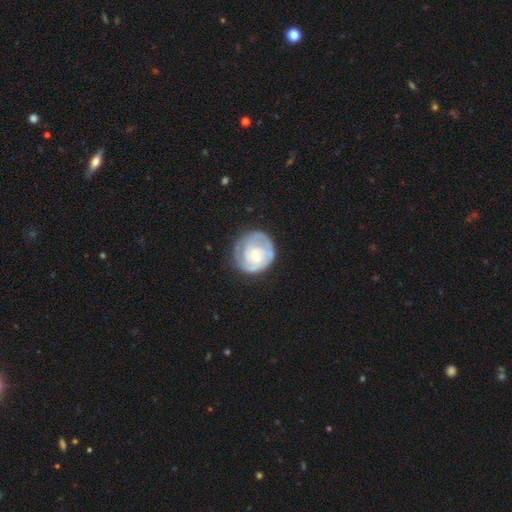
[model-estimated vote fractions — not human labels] smooth_or_featured: featured or disk (p=0.68) [alt: smooth p=0.27]
disk_edge_on: no (p=0.98) [alt: yes p=0.02]
bar: no (p=0.69) [alt: weak p=0.27]
has_spiral_arms: yes (p=0.80) [alt: no p=0.20]
spiral_winding: tight (p=0.62) [alt: medium p=0.28]
spiral_arm_count: can't tell (p=0.38) [alt: 2 p=0.31]
bulge_size: small (p=0.56) [alt: moderate p=0.38]
merging: none (p=0.64) [alt: minor disturbance p=0.22]